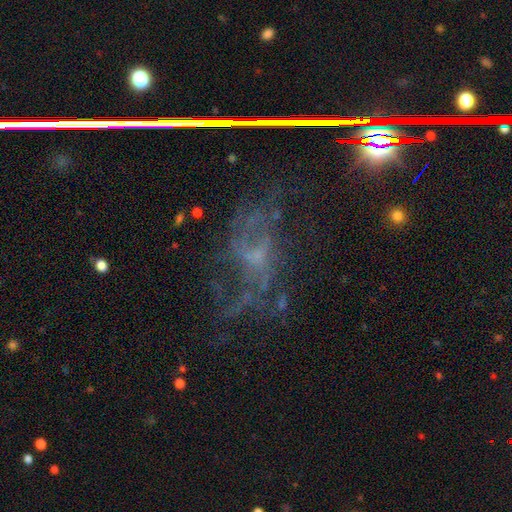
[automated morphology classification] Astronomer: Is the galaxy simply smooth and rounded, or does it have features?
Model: featured or disk — 60%.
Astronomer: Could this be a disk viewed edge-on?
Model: no — 93%.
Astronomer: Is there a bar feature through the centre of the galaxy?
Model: no — 66%.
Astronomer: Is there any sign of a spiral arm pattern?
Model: yes — 53% (runner-up: no, 47%).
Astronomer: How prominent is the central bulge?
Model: none — 40% (runner-up: small, 38%).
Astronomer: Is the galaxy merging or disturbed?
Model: none — 46% (runner-up: major disturbance, 33%).